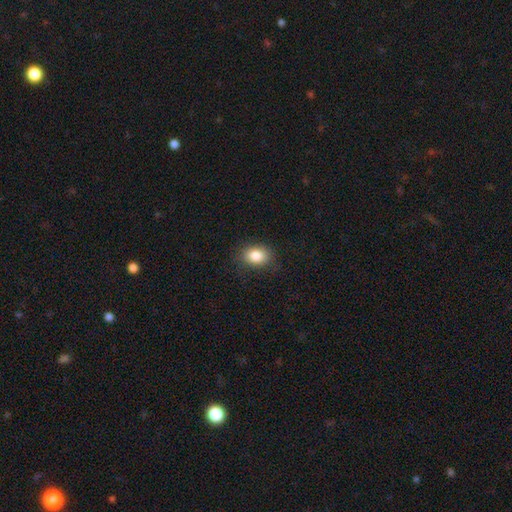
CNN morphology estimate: Q: Smooth or featured?
A: smooth (85%); runner-up: star or artifact (9%)
Q: How rounded?
A: in between (65%); runner-up: round (34%)
Q: Merging?
A: none (83%); runner-up: minor disturbance (12%)